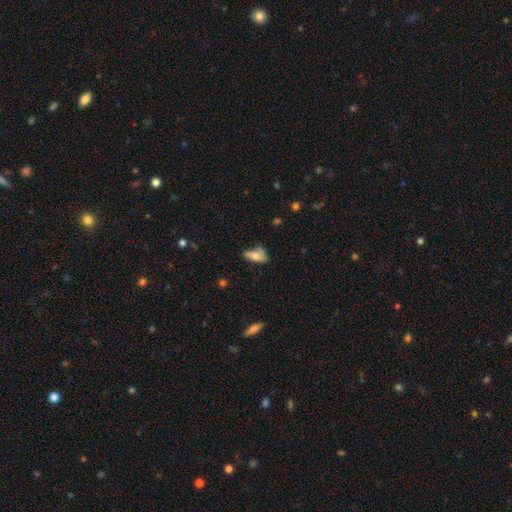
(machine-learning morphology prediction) Smooth or featured? Predicted: smooth (p=0.70). How rounded? Predicted: in between (p=0.84). Merging? Predicted: none (p=0.37).